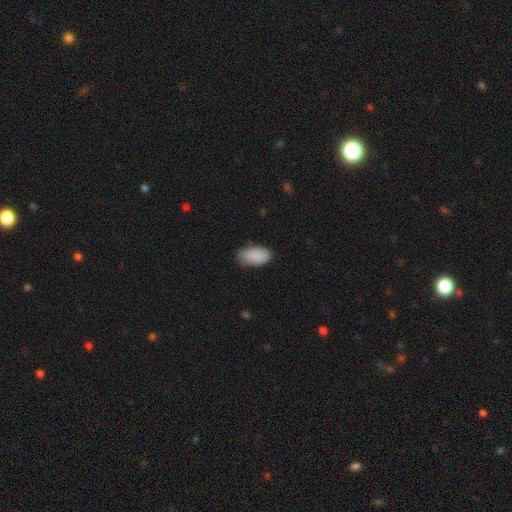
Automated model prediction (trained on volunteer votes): smooth_or_featured: smooth (p=0.88) [alt: star or artifact p=0.06]
how_rounded: in between (p=0.95) [alt: round p=0.03]
merging: none (p=0.76) [alt: minor disturbance p=0.20]